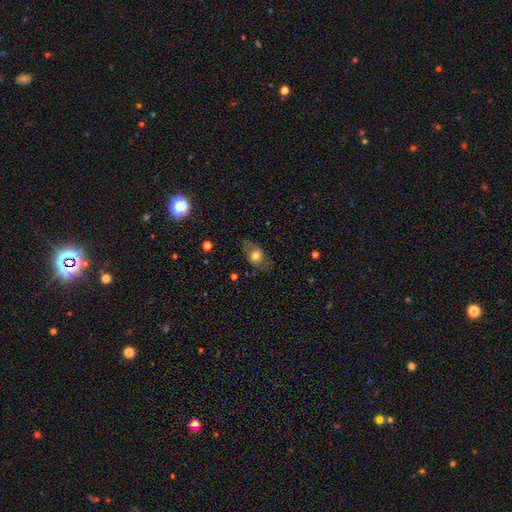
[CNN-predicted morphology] This appears to be a smooth galaxy with no disk features (63%) that is in between round and cigar-shaped (67%). Merging: none (68%).